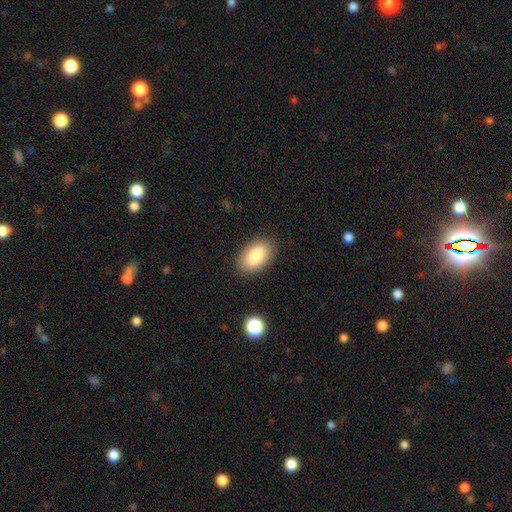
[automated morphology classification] smooth-or-featured: smooth: 84% | featured or disk: 9% | star or artifact: 7%
  how-rounded: in between: 93% | round: 5% | cigar-shaped: 2%
  merging: none: 87% | minor disturbance: 9% | major disturbance: 2% | merger: 1%